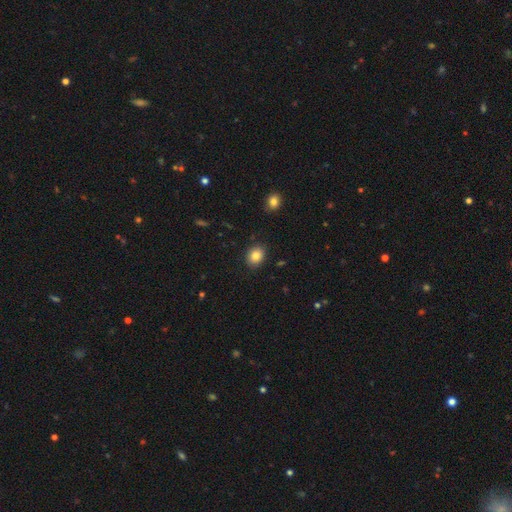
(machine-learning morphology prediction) This appears to be a smooth galaxy with no disk features (85%) that is in between round and cigar-shaped (54%). Merging: none (87%).